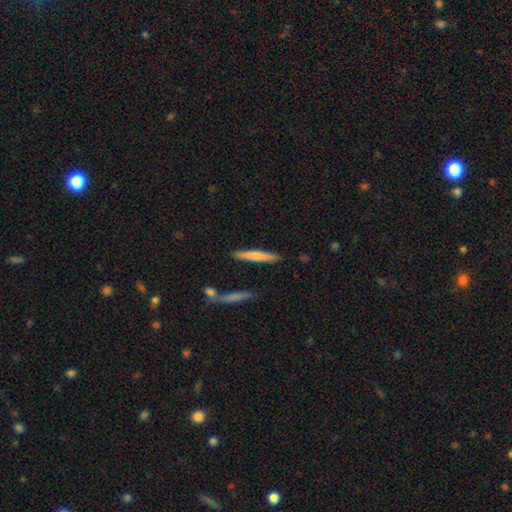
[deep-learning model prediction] The model was most divided on "smooth or featured": smooth: 66%, featured or disk: 29%, star or artifact: 5%. More confident: how rounded — cigar-shaped (93%); merging — none (86%).